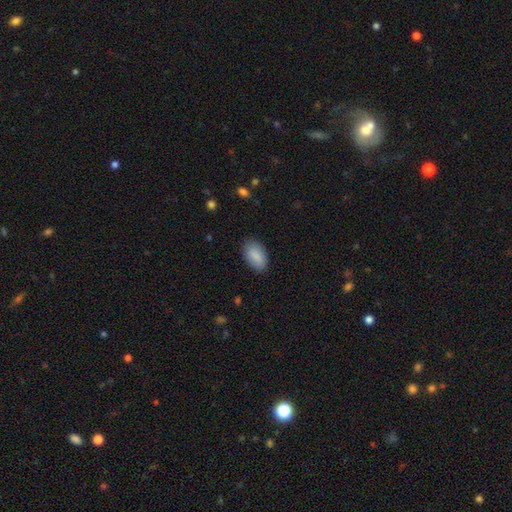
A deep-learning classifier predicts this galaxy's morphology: A smooth galaxy with no disk features (88%) that is in between round and cigar-shaped (93%). Merging: none (83%).